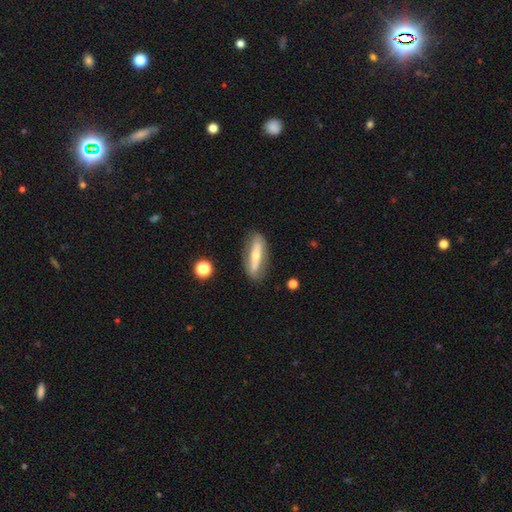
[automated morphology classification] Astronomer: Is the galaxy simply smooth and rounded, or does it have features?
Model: featured or disk — 48% (runner-up: smooth, 46%).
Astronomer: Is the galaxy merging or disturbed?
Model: none — 80%.